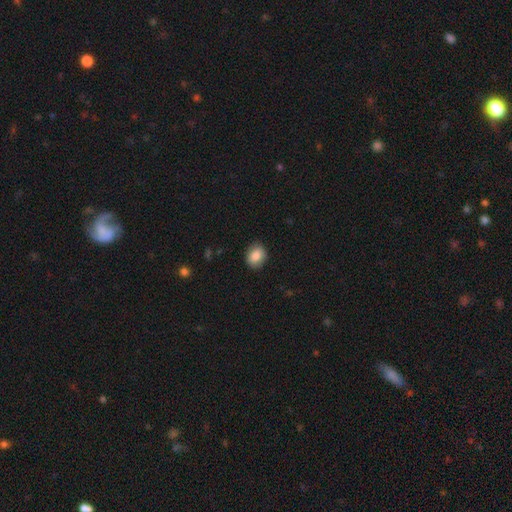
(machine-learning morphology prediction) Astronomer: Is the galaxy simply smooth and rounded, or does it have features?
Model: smooth — 84%.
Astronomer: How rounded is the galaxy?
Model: in between — 50% (runner-up: round, 49%).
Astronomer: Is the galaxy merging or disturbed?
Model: none — 87%.